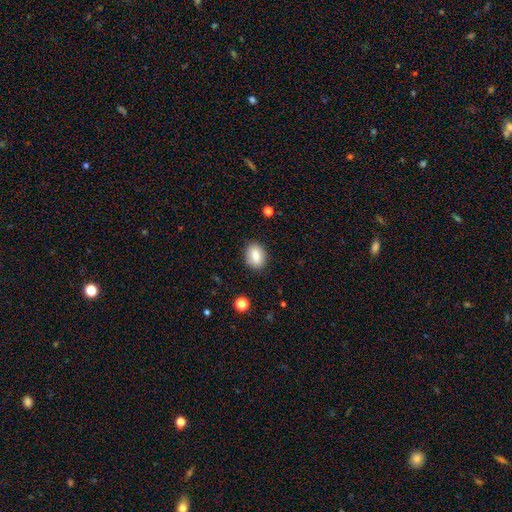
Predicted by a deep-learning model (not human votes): Overall: smooth (84%). How rounded: in between (64%; round 35%). Merging: none (86%).